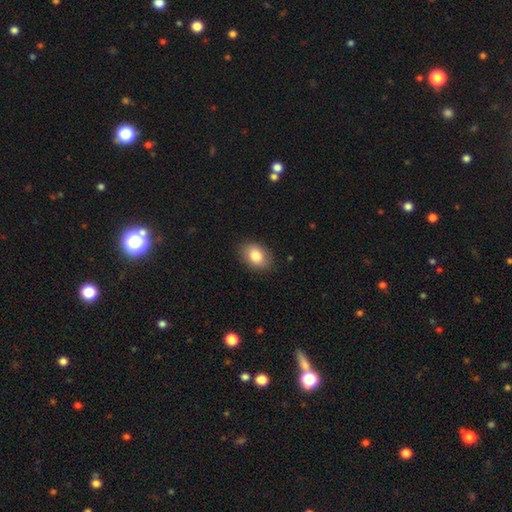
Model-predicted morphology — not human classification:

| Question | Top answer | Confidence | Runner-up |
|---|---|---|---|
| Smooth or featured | smooth | 83% | featured or disk (9%) |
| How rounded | in between | 78% | round (20%) |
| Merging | none | 86% | minor disturbance (10%) |